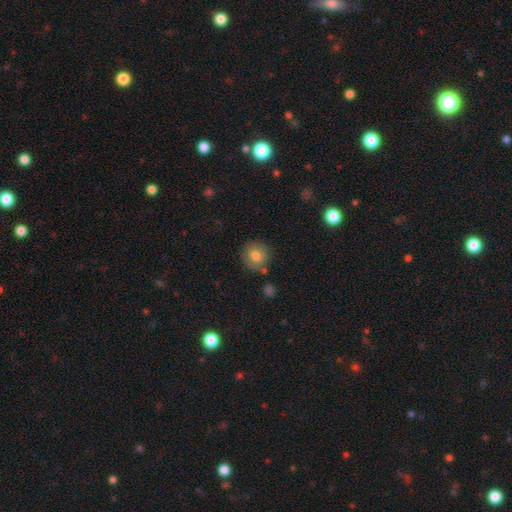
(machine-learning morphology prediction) A smooth galaxy with no disk features (77%) that is round (89%). Merging: none (80%).